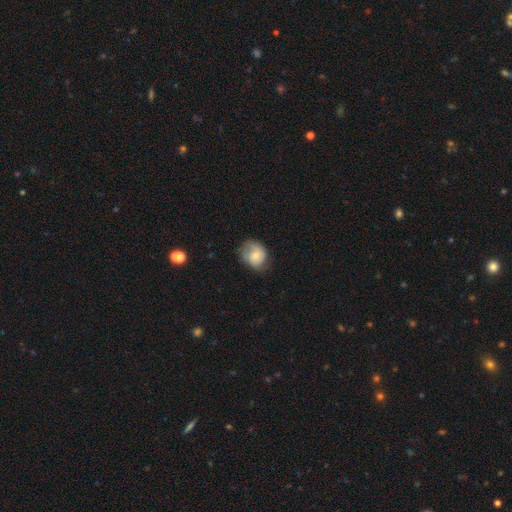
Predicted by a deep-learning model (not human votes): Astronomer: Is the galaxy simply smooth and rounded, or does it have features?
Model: smooth — 54% (runner-up: featured or disk, 38%).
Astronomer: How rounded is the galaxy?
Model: round — 59% (runner-up: in between, 40%).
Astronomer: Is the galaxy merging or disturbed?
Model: none — 57%.